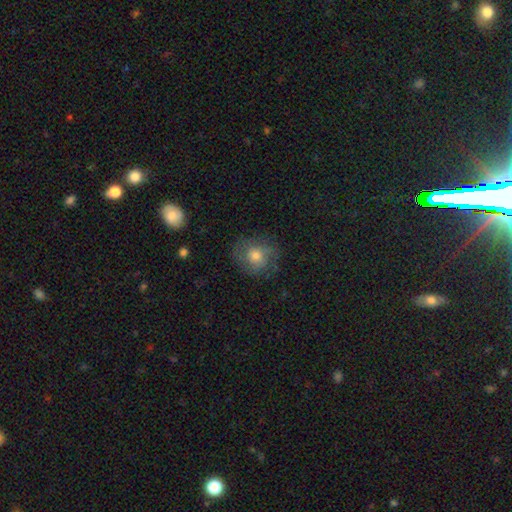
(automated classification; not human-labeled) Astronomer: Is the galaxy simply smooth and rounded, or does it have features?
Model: smooth — 61%.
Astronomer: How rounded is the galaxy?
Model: round — 81%.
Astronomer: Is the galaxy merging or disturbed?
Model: none — 72%.